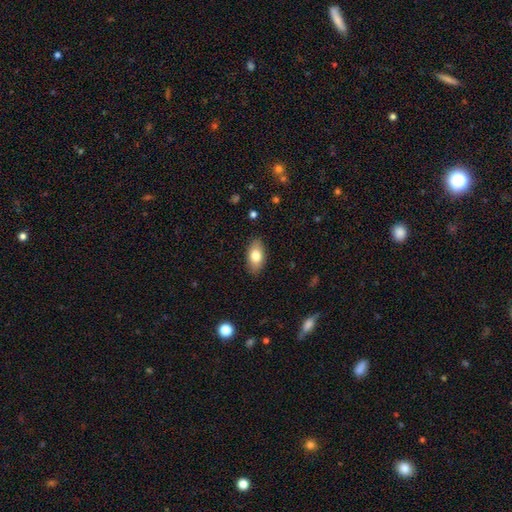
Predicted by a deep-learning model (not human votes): Smooth or featured? Predicted: smooth (p=0.78). How rounded? Predicted: in between (p=0.91). Merging? Predicted: none (p=0.88).